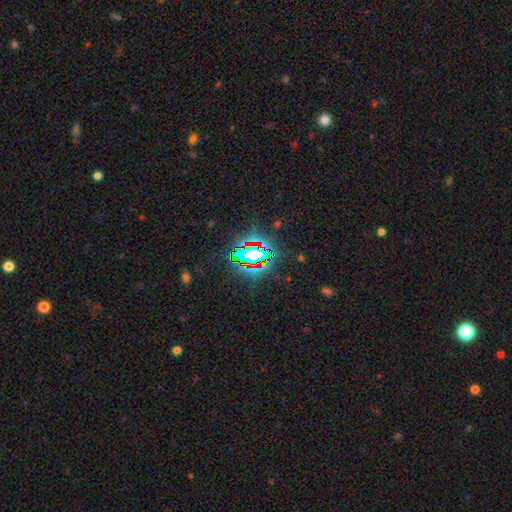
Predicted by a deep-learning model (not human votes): Smooth or featured? star or artifact (75%)